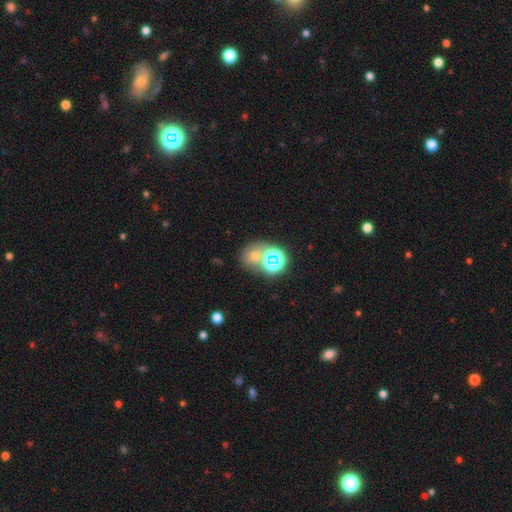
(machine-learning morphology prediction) smooth_or_featured: star or artifact (p=0.45) [alt: smooth p=0.40]